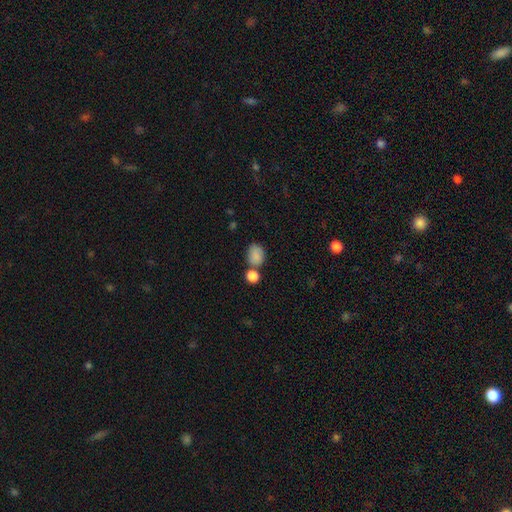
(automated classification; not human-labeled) This is clearly a smooth galaxy (85%). How rounded: possibly in between (53%). Merging: possibly none (55%).